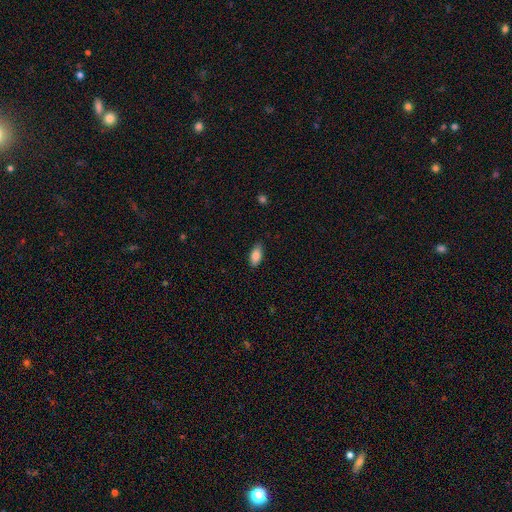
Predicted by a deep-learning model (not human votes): A smooth galaxy with no disk features (85%) that is in between round and cigar-shaped (89%). Merging: none (85%).